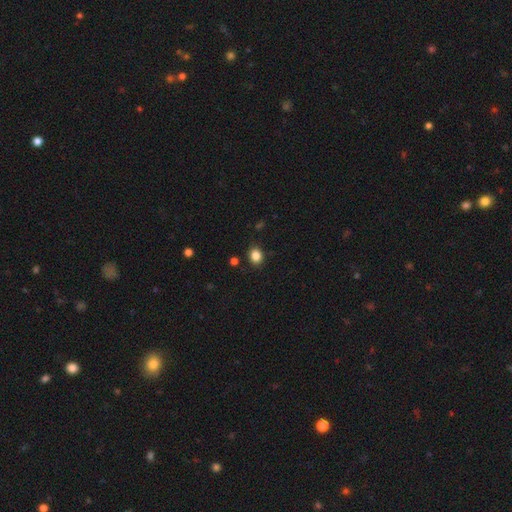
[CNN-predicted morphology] Smooth or featured? Predicted: smooth (p=0.85). How rounded? Predicted: round (p=0.55). Merging? Predicted: none (p=0.87).